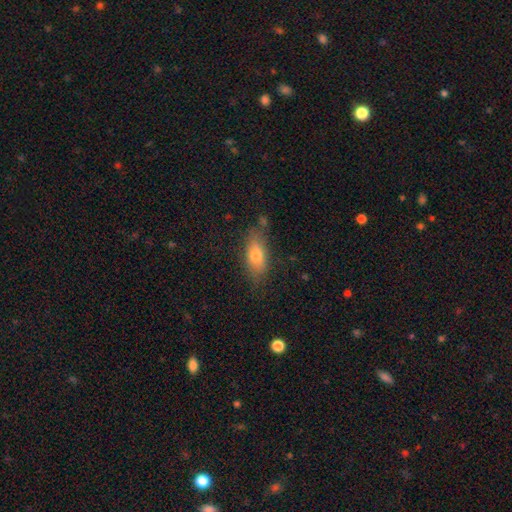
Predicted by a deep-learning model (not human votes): smooth-or-featured: smooth: 73% | featured or disk: 19% | star or artifact: 8%
  how-rounded: in between: 77% | cigar-shaped: 18% | round: 5%
  merging: none: 73% | minor disturbance: 19% | major disturbance: 5% | merger: 4%